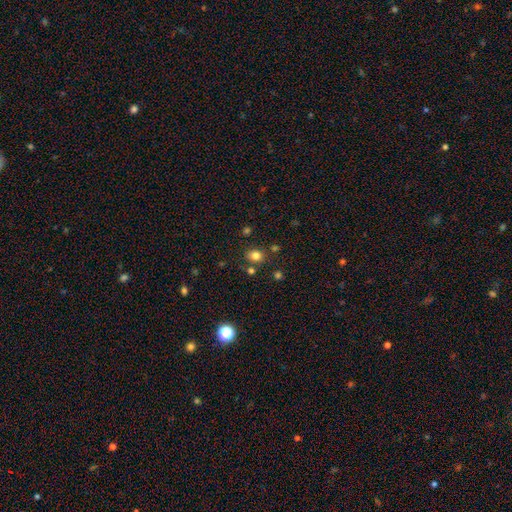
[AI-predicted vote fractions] Smooth or featured: smooth — 80% (star or artifact — 14%)
How rounded: round — 56% (in between — 43%)
Merging: none — 78% (minor disturbance — 11%)